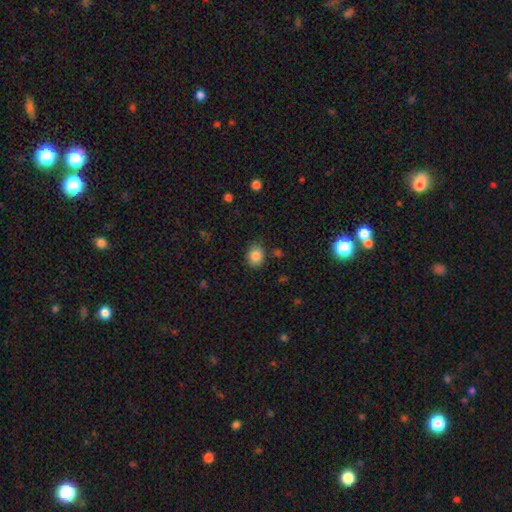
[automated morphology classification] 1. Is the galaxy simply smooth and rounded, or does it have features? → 84% smooth, 10% star or artifact, 6% featured or disk.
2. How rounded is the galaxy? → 61% round, 38% in between, 1% cigar-shaped.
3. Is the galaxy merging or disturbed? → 82% none, 13% minor disturbance, 3% major disturbance, 3% merger.